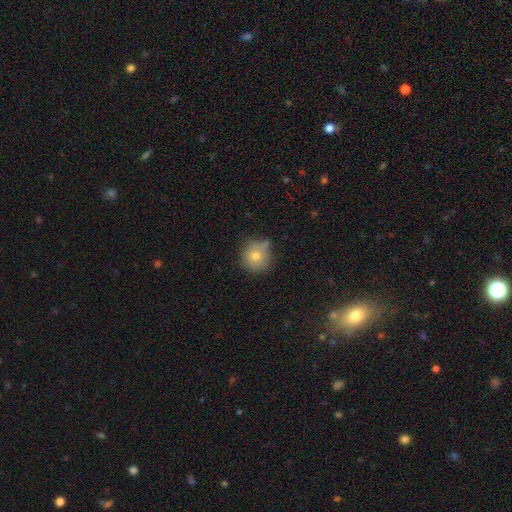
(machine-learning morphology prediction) A smooth galaxy with no disk features (74%) that is round (93%). Merging: none (72%).